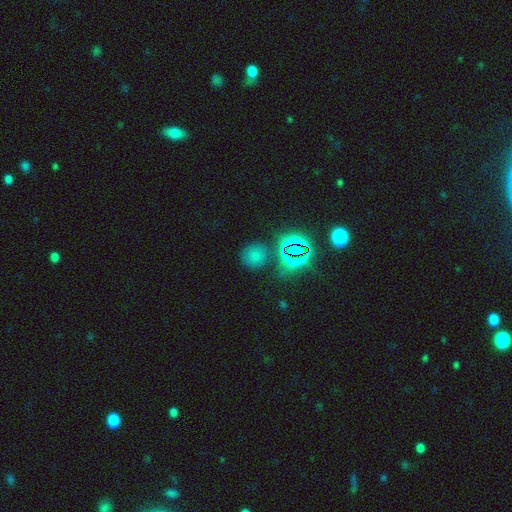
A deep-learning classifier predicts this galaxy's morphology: smooth 63%, star or artifact 30%, featured or disk 7%. Down the decision tree: how rounded — round (86%); merging — none (78%).